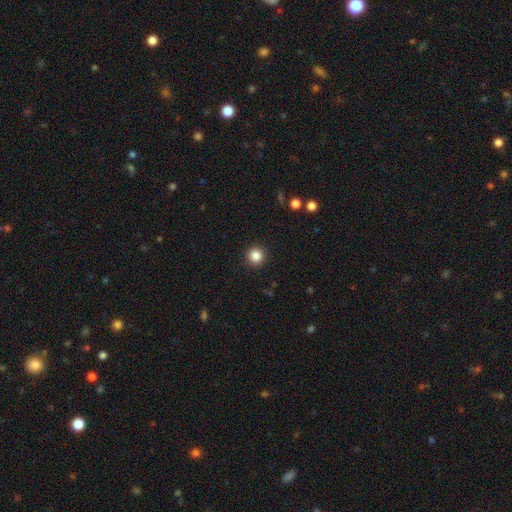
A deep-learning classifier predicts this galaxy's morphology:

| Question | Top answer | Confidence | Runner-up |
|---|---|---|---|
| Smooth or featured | smooth | 85% | star or artifact (11%) |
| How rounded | round | 95% | in between (4%) |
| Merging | none | 92% | minor disturbance (5%) |